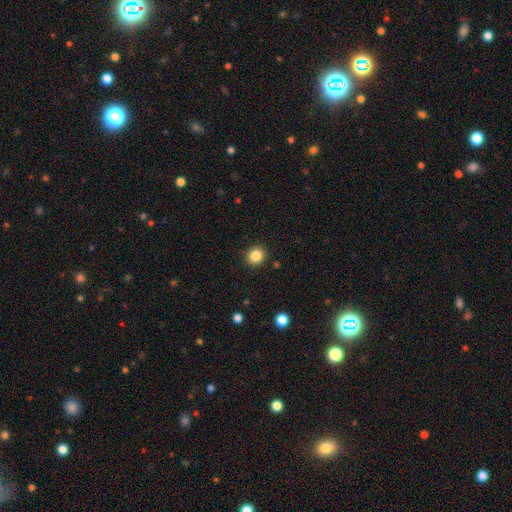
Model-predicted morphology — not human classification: The model was most divided on "how rounded": round: 84%, in between: 16%, cigar-shaped: 1%. More confident: merging — none (91%); smooth or featured — smooth (85%).